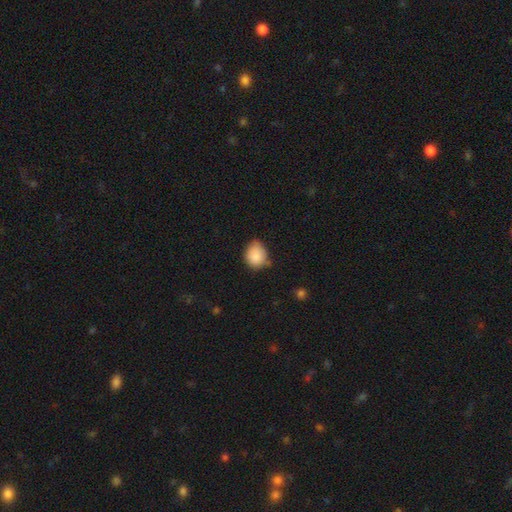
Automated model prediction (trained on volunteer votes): Morphology: type=smooth (86%); roundness=round (61%); merging=none (52%).